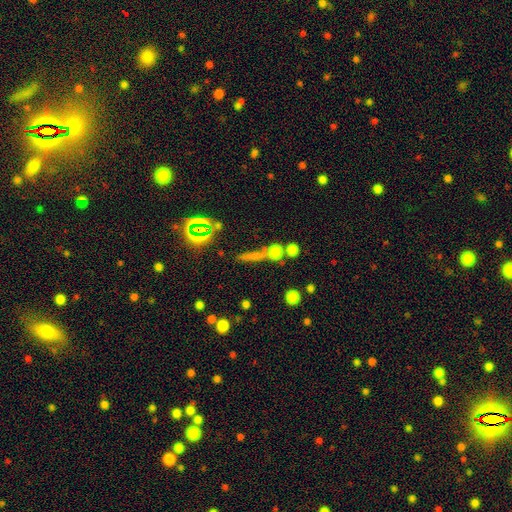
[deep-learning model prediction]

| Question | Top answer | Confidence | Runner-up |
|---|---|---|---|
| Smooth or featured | smooth | 51% | star or artifact (28%) |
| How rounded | cigar-shaped | 54% | round (31%) |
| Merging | none | 60% | merger (20%) |